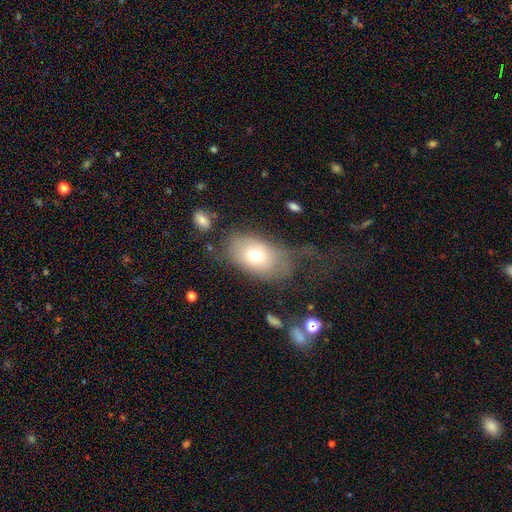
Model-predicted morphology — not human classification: Smooth or featured? smooth (70%)
How rounded? in between (81%)
Merging? none (45%)